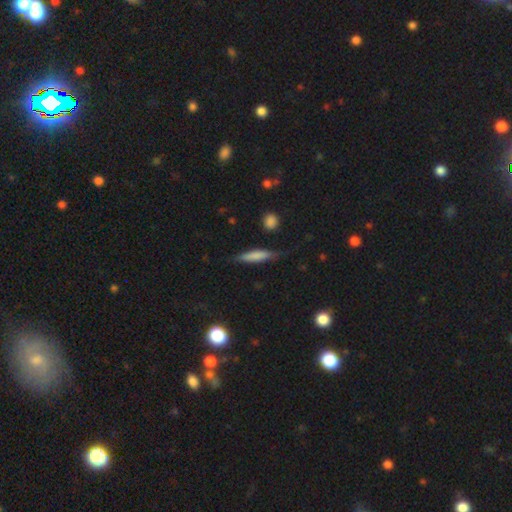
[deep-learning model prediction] Overall: smooth (65%; featured or disk 29%). How rounded: cigar-shaped (81%). Merging: none (75%).